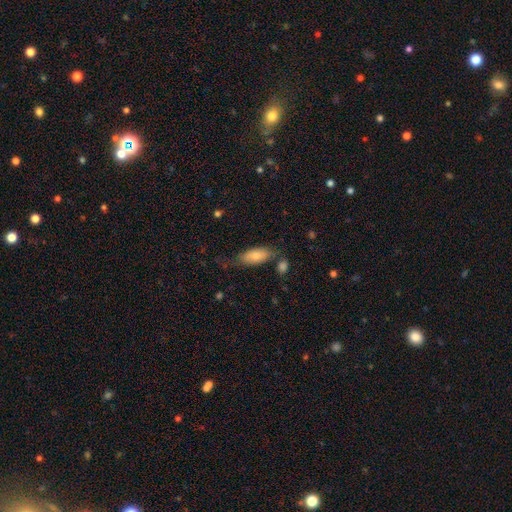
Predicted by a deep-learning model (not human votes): smooth 72%, featured or disk 21%, star or artifact 7%. Down the decision tree: how rounded — in between (83%); merging — none (56%).